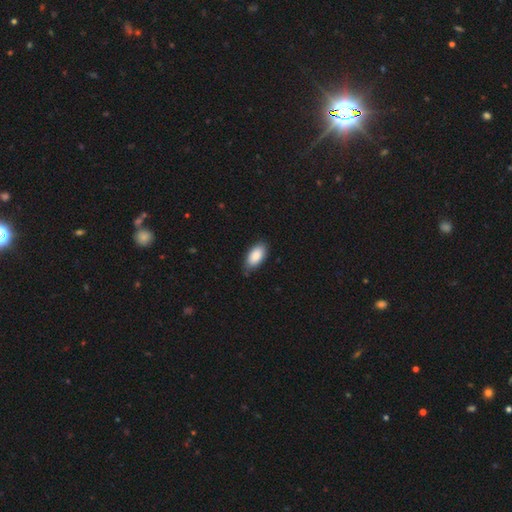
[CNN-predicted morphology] This appears to be a smooth galaxy with no disk features (89%) that is in between round and cigar-shaped (93%). Merging: none (79%).